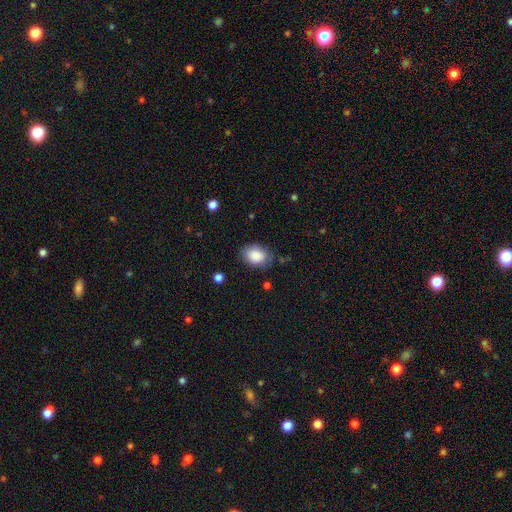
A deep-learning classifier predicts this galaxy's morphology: This is clearly a smooth galaxy (87%). How rounded: likely in between (73%). Merging: likely none (75%).